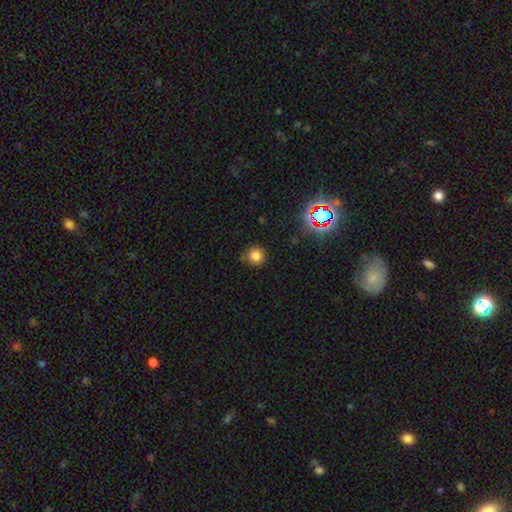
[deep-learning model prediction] A smooth galaxy with no disk features (79%) that is round (93%).

Vote fractions:
- Smooth or featured? smooth: 79% / star or artifact: 15% / featured or disk: 6%
- How rounded? round: 93% / in between: 6% / cigar-shaped: 1%
- Merging? none: 81% / minor disturbance: 13% / merger: 4% / major disturbance: 3%